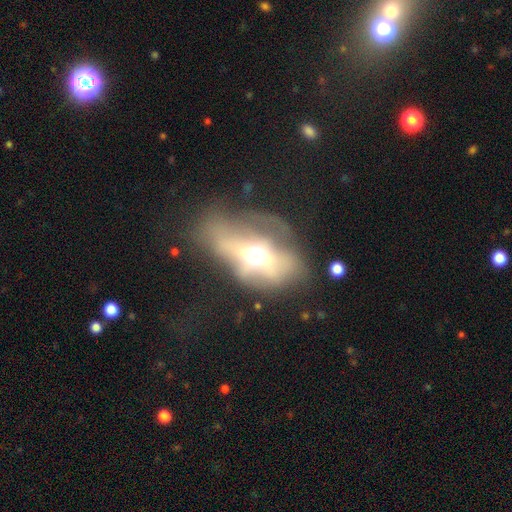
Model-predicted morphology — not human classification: This is possibly a featured or disk galaxy (56%). It is likely not viewed edge-on (76%). Merging: marginally major disturbance (42%).